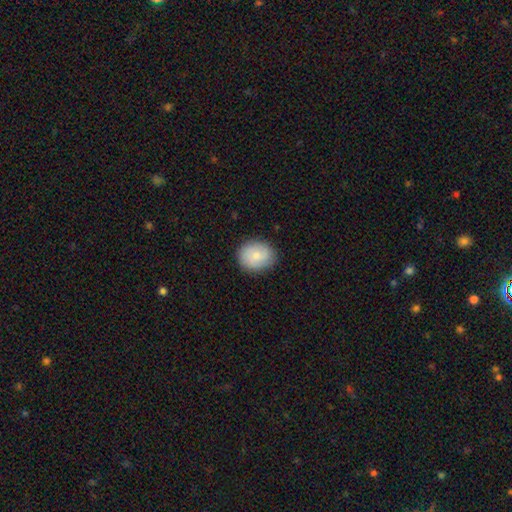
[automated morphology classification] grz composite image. It shows a smooth galaxy with no disk features (70%) that is round (64%). Merging: none (84%).